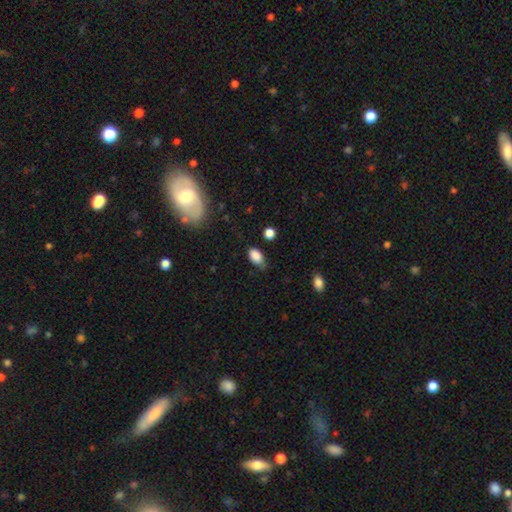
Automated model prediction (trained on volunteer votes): This appears to be a smooth galaxy with no disk features (86%) that is in between round and cigar-shaped (88%). Merging: none (57%).